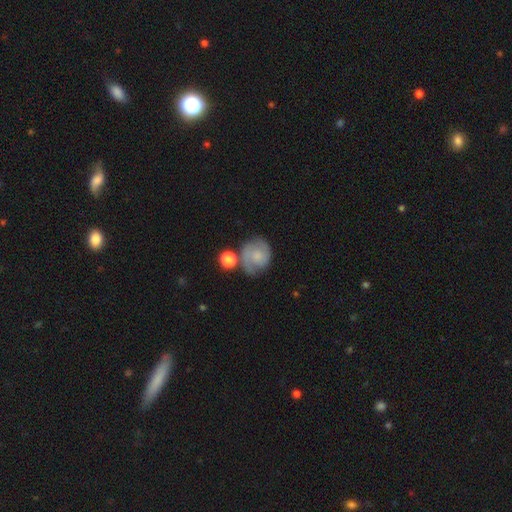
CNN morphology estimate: Smooth or featured?
  - featured or disk: 53% *
  - smooth: 39%
  - star or artifact: 8%
Edge-on disk?
  - no: 98% *
  - yes: 2%
Bar?
  - no: 73% *
  - weak: 23%
  - strong: 3%
Spiral arms?
  - yes: 86% *
  - no: 14%
Bulge size?
  - small: 39% *
  - none: 29%
  - moderate: 23%
  - large: 7%
  - dominant: 2%
Merging?
  - none: 55% *
  - minor disturbance: 23%
  - merger: 11%
  - major disturbance: 10%